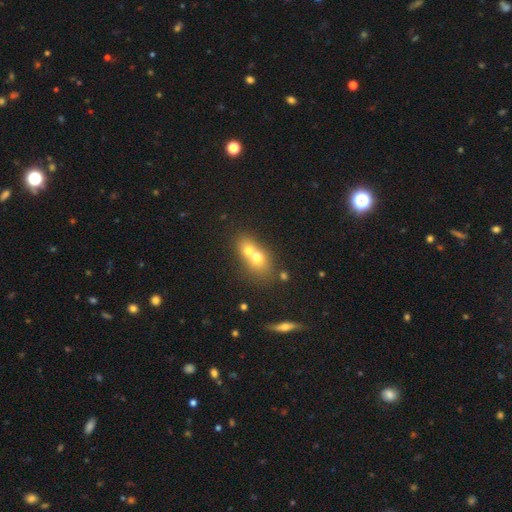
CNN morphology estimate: This is likely a smooth galaxy (63%). How rounded: possibly in between (56%). Merging: likely merger (70%).